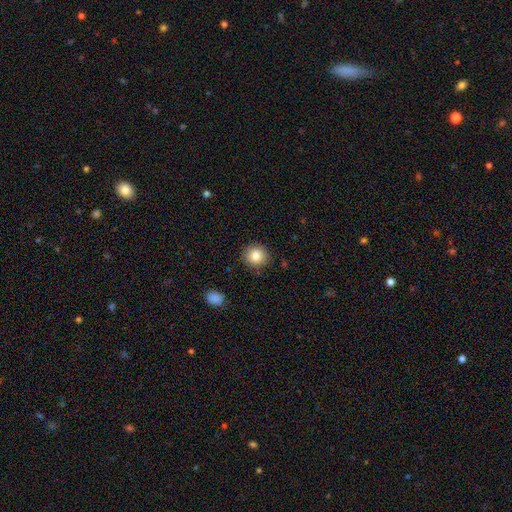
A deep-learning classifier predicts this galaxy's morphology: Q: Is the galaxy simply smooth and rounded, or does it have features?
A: smooth — 83%.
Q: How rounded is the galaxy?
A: round — 88%.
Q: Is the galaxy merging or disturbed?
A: none — 88%.